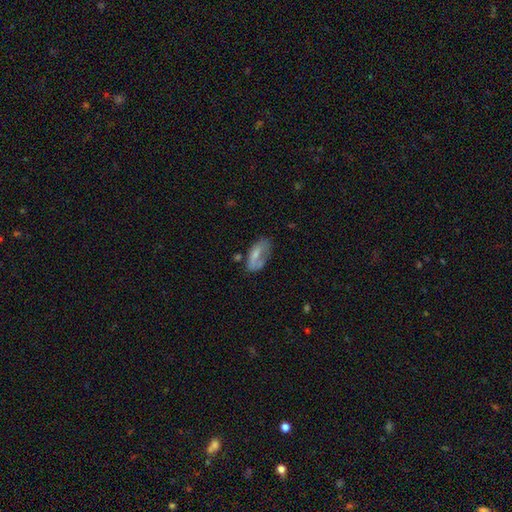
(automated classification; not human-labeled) This appears to be a smooth galaxy with no disk features (60%) that is in between round and cigar-shaped (87%). Merging: none (41%).